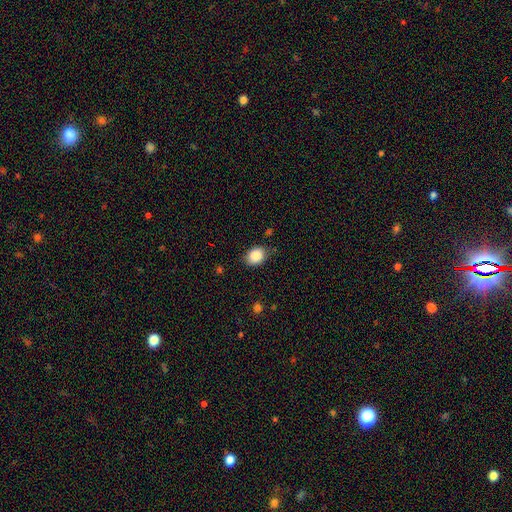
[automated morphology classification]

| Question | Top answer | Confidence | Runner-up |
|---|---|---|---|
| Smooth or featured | smooth | 87% | star or artifact (8%) |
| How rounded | in between | 59% | round (40%) |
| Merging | none | 77% | minor disturbance (17%) |